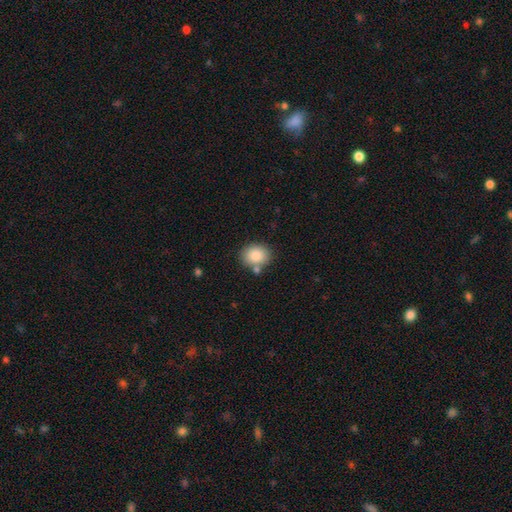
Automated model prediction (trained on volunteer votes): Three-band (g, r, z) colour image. It shows a smooth galaxy with no disk features (86%) that is round (53%). Merging: none (76%).